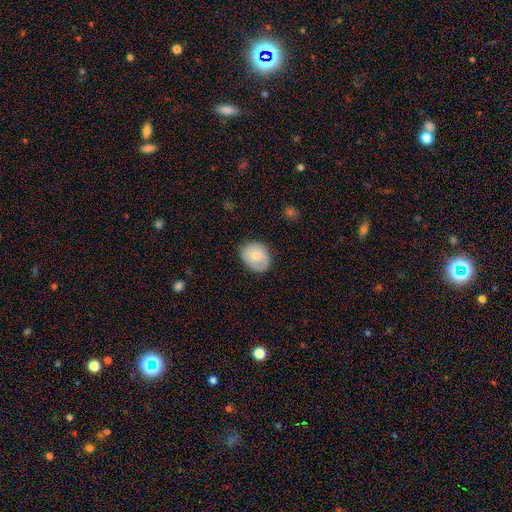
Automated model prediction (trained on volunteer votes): smooth_or_featured: smooth (p=0.68) [alt: featured or disk p=0.25]
how_rounded: round (p=0.62) [alt: in between p=0.37]
merging: none (p=0.80) [alt: minor disturbance p=0.16]